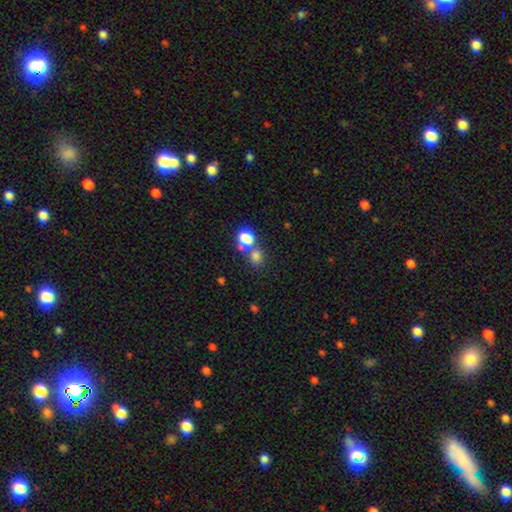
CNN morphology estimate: type=smooth (76%); roundness=round (57%); merging=none (45%).